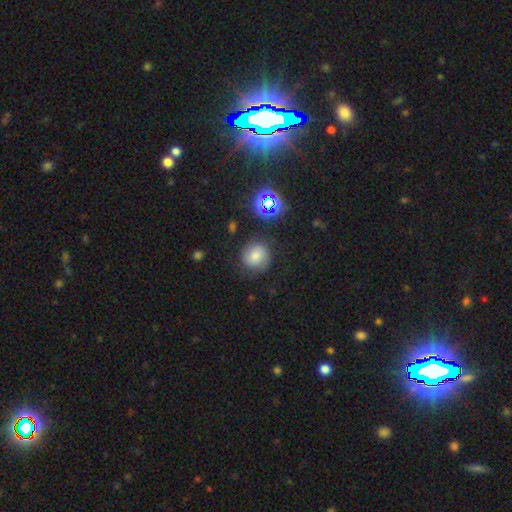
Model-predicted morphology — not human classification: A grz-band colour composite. It shows a smooth galaxy with no disk features (68%) that is round (87%). Merging: none (77%).